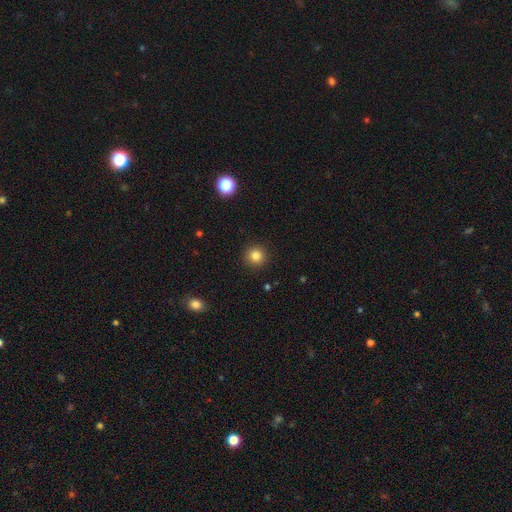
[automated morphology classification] Q: Smooth or featured?
A: smooth (83%); runner-up: star or artifact (12%)
Q: How rounded?
A: round (94%); runner-up: in between (5%)
Q: Merging?
A: none (92%); runner-up: minor disturbance (5%)